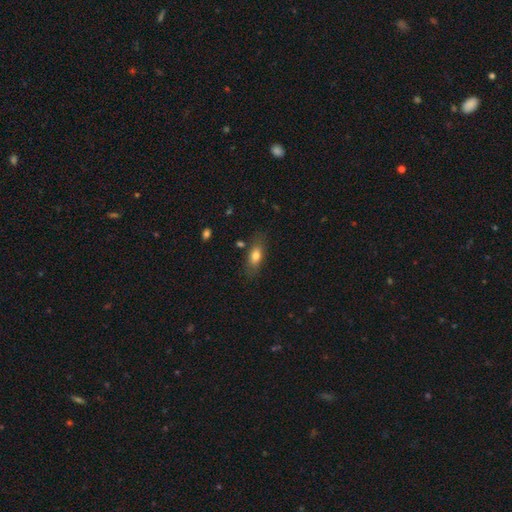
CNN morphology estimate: smooth-or-featured: smooth: 77% | featured or disk: 15% | star or artifact: 8%
  how-rounded: in between: 79% | cigar-shaped: 15% | round: 6%
  merging: none: 77% | minor disturbance: 15% | major disturbance: 5% | merger: 3%